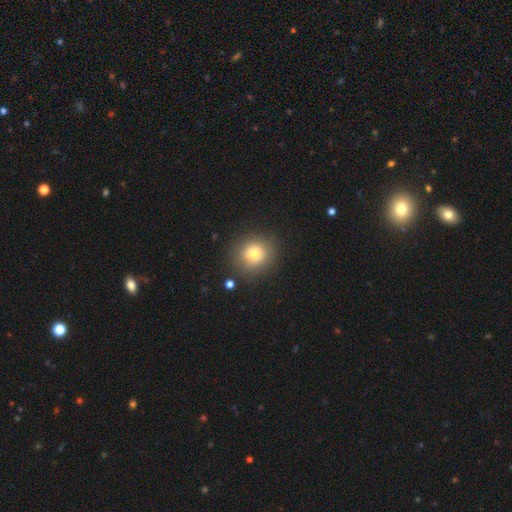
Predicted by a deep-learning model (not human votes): smooth-or-featured: smooth: 74% | star or artifact: 16% | featured or disk: 10%
  how-rounded: round: 87% | in between: 12% | cigar-shaped: 1%
  merging: none: 87% | minor disturbance: 8% | major disturbance: 3% | merger: 2%